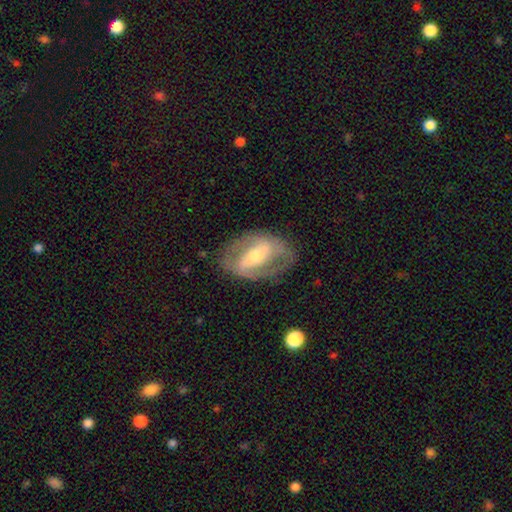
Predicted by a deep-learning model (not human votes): The model was most divided on "bar": strong: 54%, weak: 29%, no: 16%. More confident: edge-on disk — no (93%); smooth or featured — featured or disk (76%); merging — none (74%); spiral arms — yes (68%); bulge size — moderate (61%).